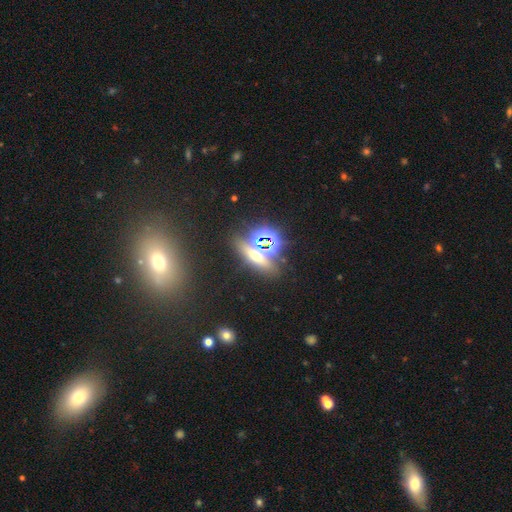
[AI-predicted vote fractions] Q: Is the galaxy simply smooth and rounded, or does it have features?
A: star or artifact — 53%.